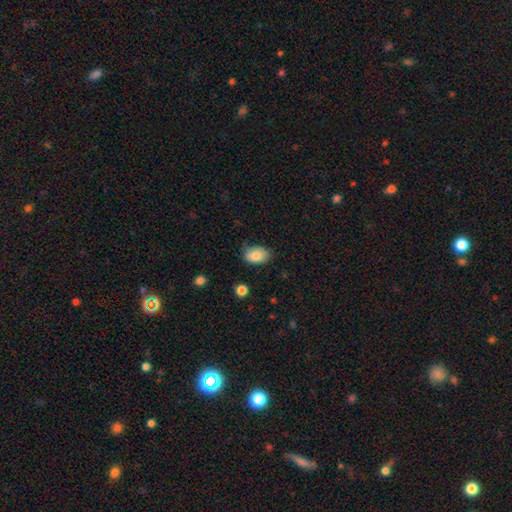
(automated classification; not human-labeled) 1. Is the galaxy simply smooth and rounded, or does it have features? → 83% smooth, 9% featured or disk, 8% star or artifact.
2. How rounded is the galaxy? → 85% in between, 14% round, 1% cigar-shaped.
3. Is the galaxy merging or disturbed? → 76% none, 19% minor disturbance, 3% major disturbance, 2% merger.